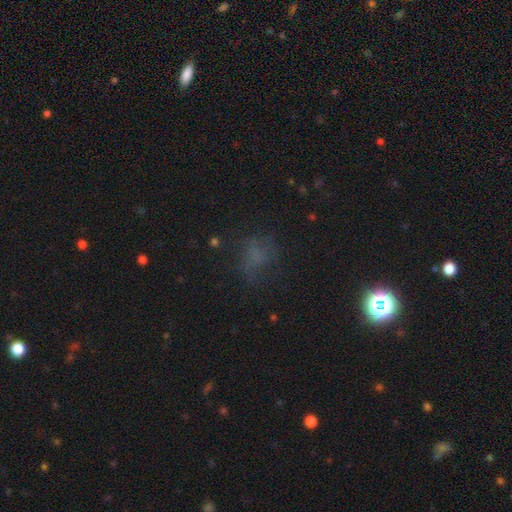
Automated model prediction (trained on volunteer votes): smooth-or-featured: smooth: 48% | star or artifact: 34% | featured or disk: 19%
  merging: none: 58% | minor disturbance: 20% | major disturbance: 19% | merger: 3%